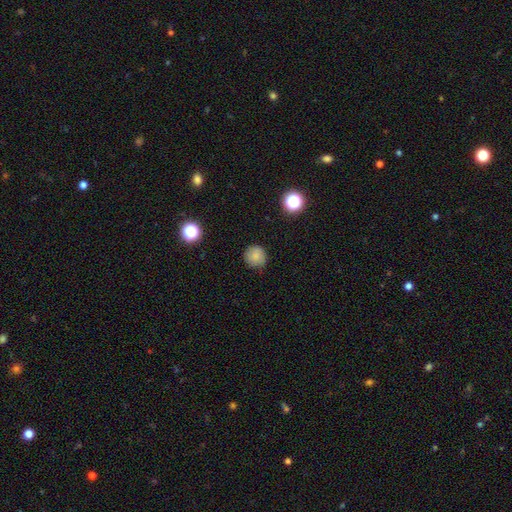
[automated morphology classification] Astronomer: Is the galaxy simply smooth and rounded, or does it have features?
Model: smooth — 83%.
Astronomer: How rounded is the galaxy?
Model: round — 94%.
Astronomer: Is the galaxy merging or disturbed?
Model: none — 87%.